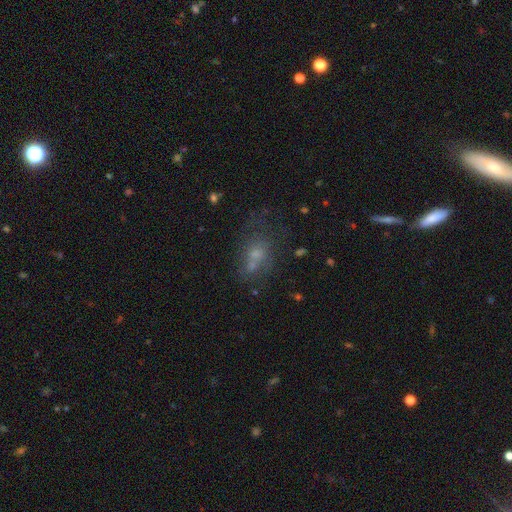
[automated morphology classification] Overall: smooth (53%; featured or disk 26%). How rounded: in between (61%; round 35%). Merging: none (40%; merger 28%).